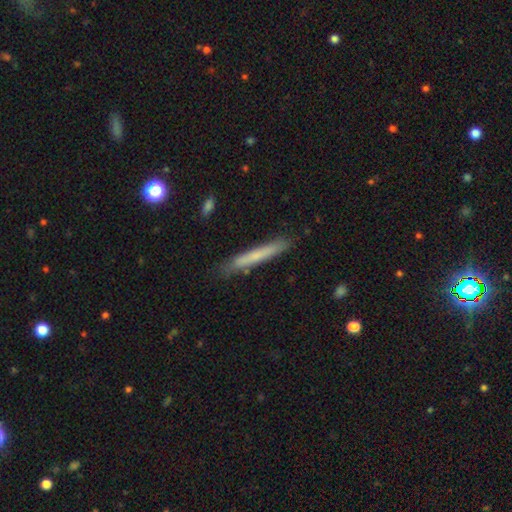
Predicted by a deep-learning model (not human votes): Smooth or featured?
  - smooth: 64% *
  - featured or disk: 29%
  - star or artifact: 7%
How rounded?
  - cigar-shaped: 96% *
  - in between: 3%
  - round: 1%
Merging?
  - none: 84% *
  - minor disturbance: 12%
  - major disturbance: 2%
  - merger: 2%